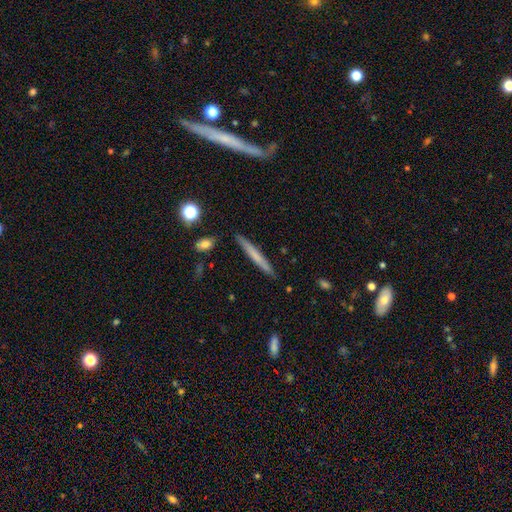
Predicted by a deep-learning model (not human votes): This is likely a smooth galaxy (61%). How rounded: clearly cigar-shaped (96%). Merging: clearly none (89%).